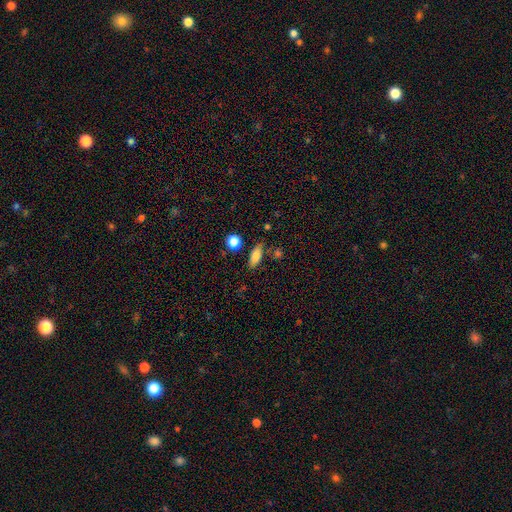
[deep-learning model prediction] Smooth or featured? Predicted: smooth (p=0.79). How rounded? Predicted: in between (p=0.70). Merging? Predicted: none (p=0.76).